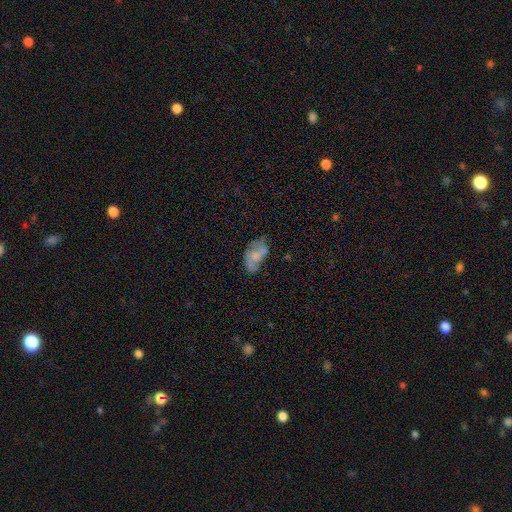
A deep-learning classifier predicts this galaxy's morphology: This appears to be a smooth galaxy with no disk features (53%) that is in between round and cigar-shaped (91%). Merging: none (38%).